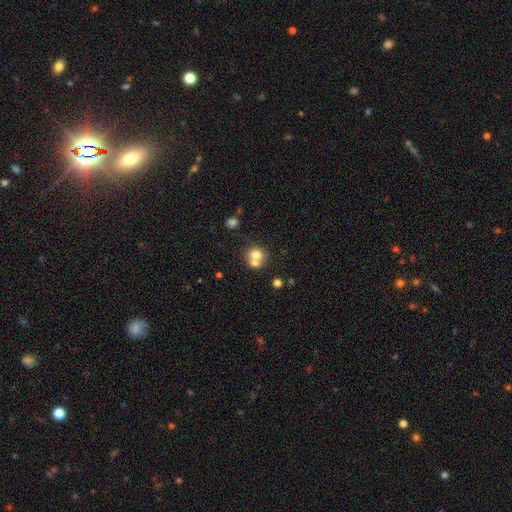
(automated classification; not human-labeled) smooth 72%, featured or disk 18%, star or artifact 11%. Down the decision tree: how rounded — round (80%); merging — merger (53%).